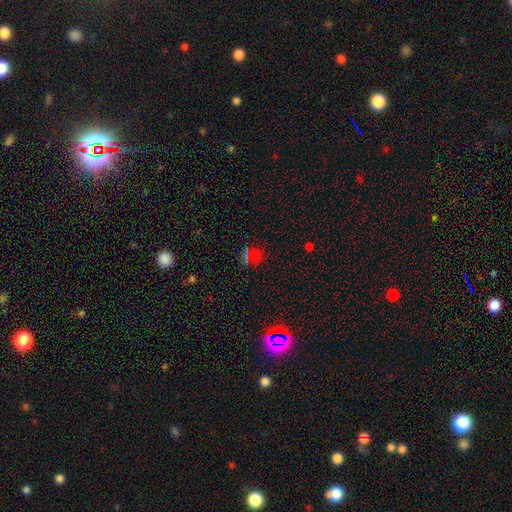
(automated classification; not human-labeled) Smooth or featured?
  - smooth: 48% *
  - star or artifact: 45%
  - featured or disk: 7%
Merging?
  - none: 83% *
  - minor disturbance: 9%
  - major disturbance: 5%
  - merger: 3%